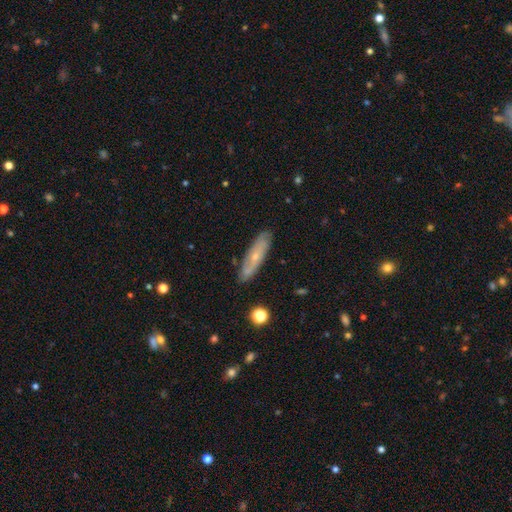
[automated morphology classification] Smooth or featured?
  - featured or disk: 53% *
  - smooth: 40%
  - star or artifact: 7%
Edge-on disk?
  - no: 61% *
  - yes: 39%
Merging?
  - none: 83% *
  - minor disturbance: 13%
  - major disturbance: 3%
  - merger: 2%